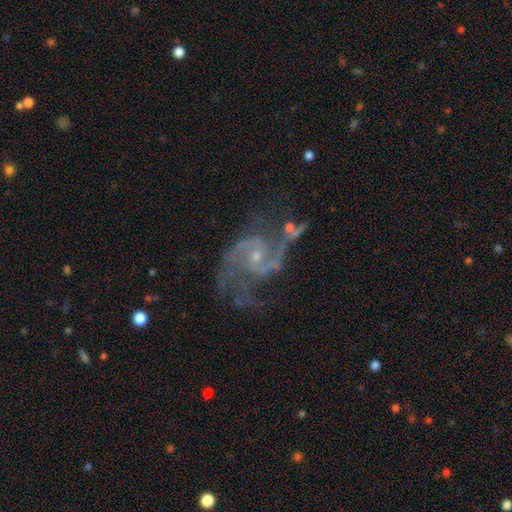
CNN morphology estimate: smooth-or-featured: featured or disk: 90% | star or artifact: 6% | smooth: 3%
  disk-edge-on: no: 98% | yes: 2%
    bar: no: 57% | weak: 35% | strong: 8%
    has-spiral-arms: yes: 97% | no: 3%
      spiral-winding: medium: 53% | loose: 32% | tight: 15%
      spiral-arm-count: 2: 78% | 3: 8% | can't tell: 6% | 1: 3% | 4: 3% | more than 4: 3%
    bulge-size: small: 75% | moderate: 19% | none: 4% | large: 1% | dominant: 1%
  merging: none: 50% | minor disturbance: 21% | major disturbance: 21% | merger: 9%